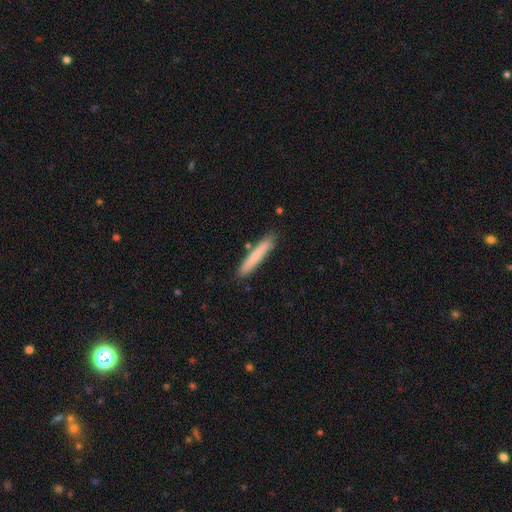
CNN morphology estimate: type=smooth (76%); roundness=cigar-shaped (95%); merging=none (86%).